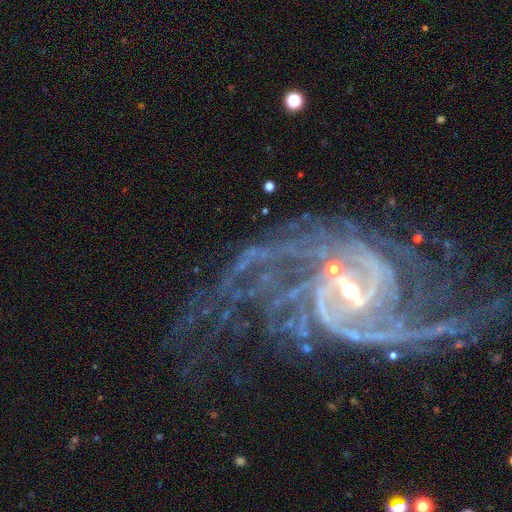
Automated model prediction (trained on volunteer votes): Q: Smooth or featured?
A: featured or disk (89%); runner-up: star or artifact (7%)
Q: Edge-on disk?
A: no (97%); runner-up: yes (3%)
Q: Bar?
A: strong (40%); tied with: weak (40%)
Q: Spiral arms?
A: yes (97%); runner-up: no (3%)
Q: Spiral winding?
A: medium (43%); runner-up: tight (35%)
Q: Spiral arm count?
A: 2 (37%); runner-up: can't tell (19%)
Q: Bulge size?
A: small (54%); runner-up: moderate (39%)
Q: Merging?
A: none (44%); runner-up: major disturbance (30%)